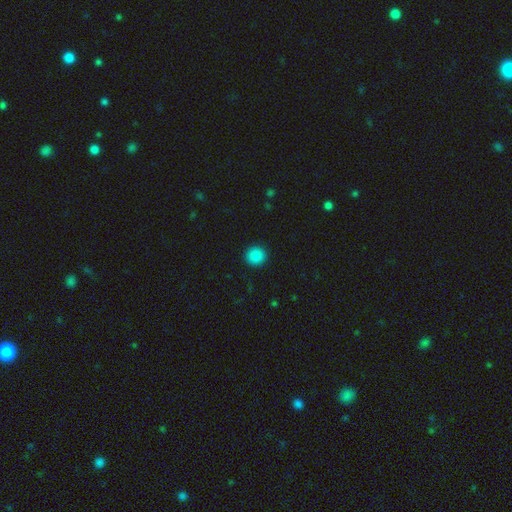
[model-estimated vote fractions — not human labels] The model was most divided on "smooth or featured": smooth: 86%, star or artifact: 9%, featured or disk: 4%. More confident: merging — none (93%); how rounded — round (92%).